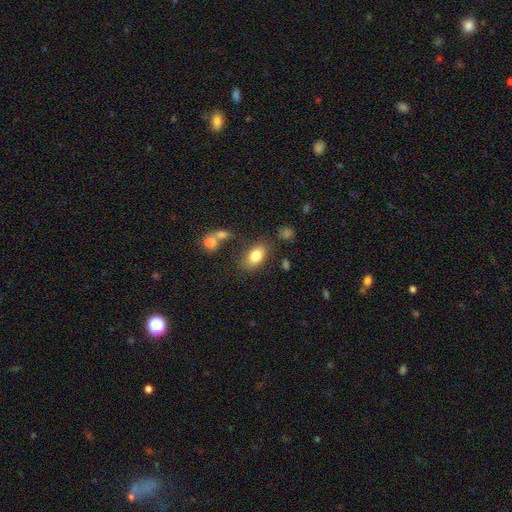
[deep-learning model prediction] A smooth galaxy with no disk features (82%) that is in between round and cigar-shaped (90%). Merging: none (73%).